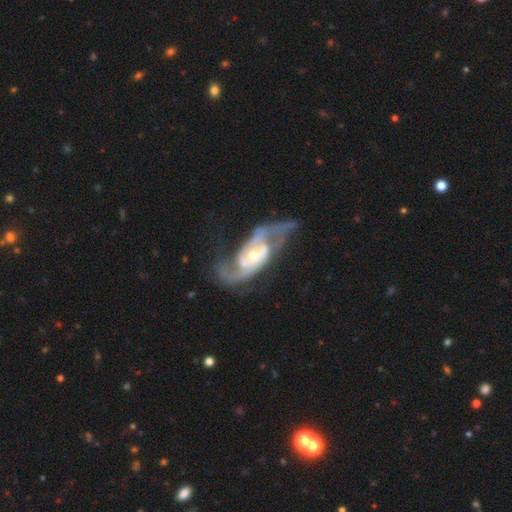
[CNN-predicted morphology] Overall: featured or disk (90%). Edge-on disk: no (96%). Bar: no (49%; weak 33%). Spiral arms: yes (96%). Spiral arm count: 2 (84%). Spiral winding: medium (49%; loose 32%). Bulge size: moderate (56%; small 37%). Merging: none (57%; major disturbance 19%).